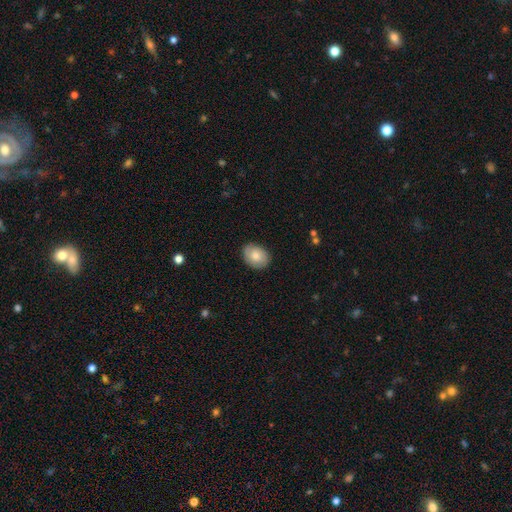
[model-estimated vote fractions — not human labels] The model was most divided on "how rounded": in between: 66%, round: 33%, cigar-shaped: 1%. More confident: merging — none (83%); smooth or featured — smooth (76%).